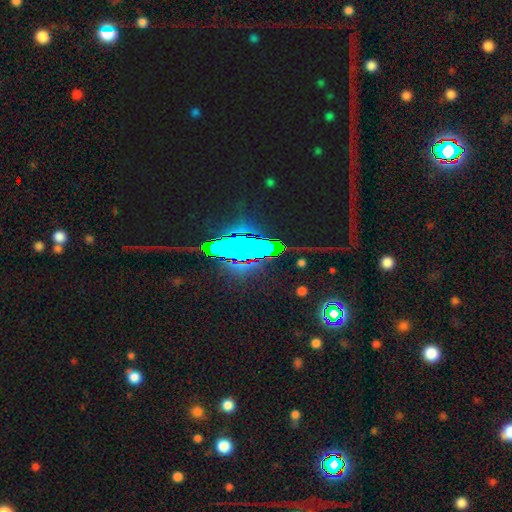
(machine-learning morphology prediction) The model was most divided on "smooth or featured": star or artifact: 84%, smooth: 8%, featured or disk: 8%.